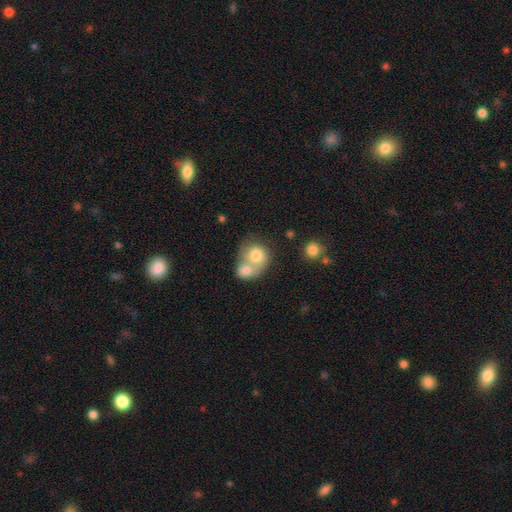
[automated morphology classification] Overall: smooth (72%). How rounded: round (68%; in between 31%). Merging: merger (74%).